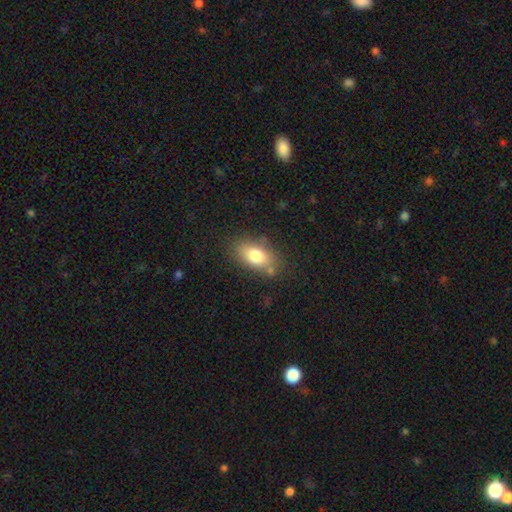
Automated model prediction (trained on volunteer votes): smooth-or-featured: smooth: 80% | featured or disk: 12% | star or artifact: 8%
  how-rounded: in between: 88% | round: 8% | cigar-shaped: 4%
  merging: none: 75% | minor disturbance: 16% | major disturbance: 5% | merger: 5%